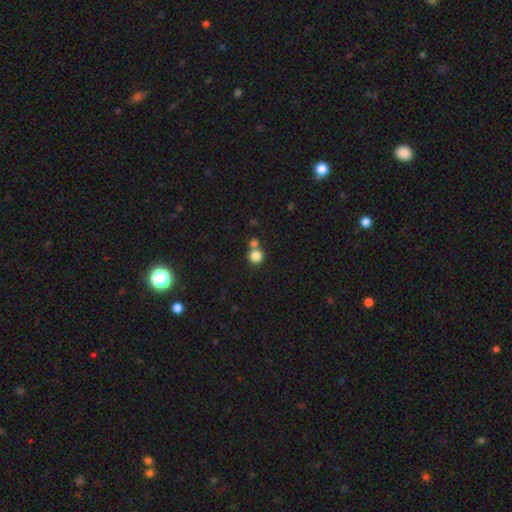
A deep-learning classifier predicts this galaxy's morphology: Overall: smooth (83%). How rounded: round (90%). Merging: none (55%; merger 35%).